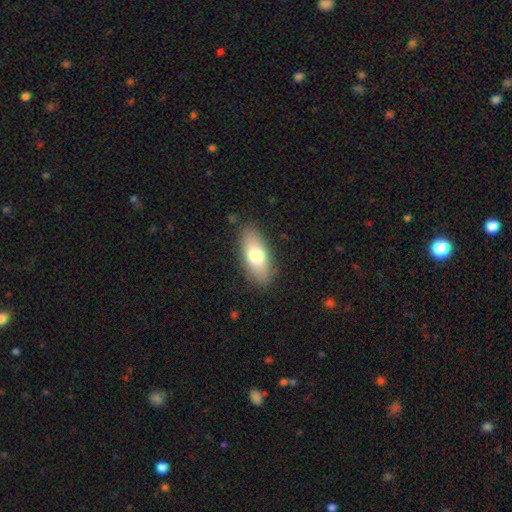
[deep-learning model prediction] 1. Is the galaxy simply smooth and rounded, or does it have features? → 74% smooth, 20% featured or disk, 7% star or artifact.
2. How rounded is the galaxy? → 82% in between, 15% cigar-shaped, 3% round.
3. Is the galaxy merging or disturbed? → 86% none, 10% minor disturbance, 3% major disturbance, 1% merger.